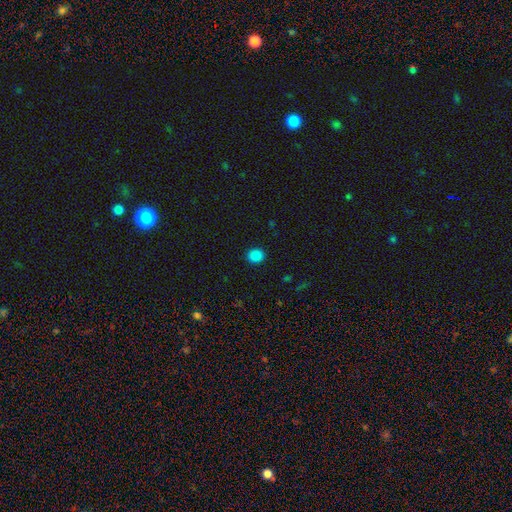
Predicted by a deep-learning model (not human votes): Smooth or featured? Predicted: smooth (p=0.85). How rounded? Predicted: round (p=0.73). Merging? Predicted: none (p=0.91).